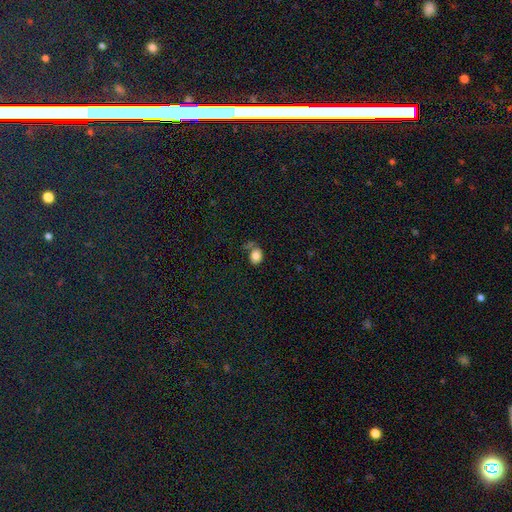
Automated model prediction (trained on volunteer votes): Smooth or featured: smooth — 82% (star or artifact — 10%)
How rounded: in between — 66% (round — 33%)
Merging: none — 51% (minor disturbance — 22%)